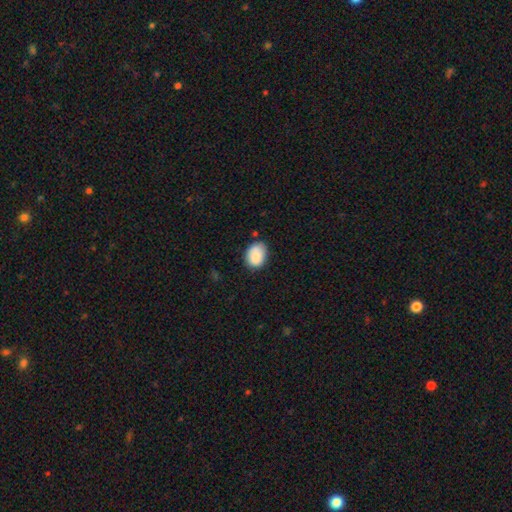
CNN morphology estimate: Overall: smooth (88%). How rounded: in between (70%). Merging: none (73%).